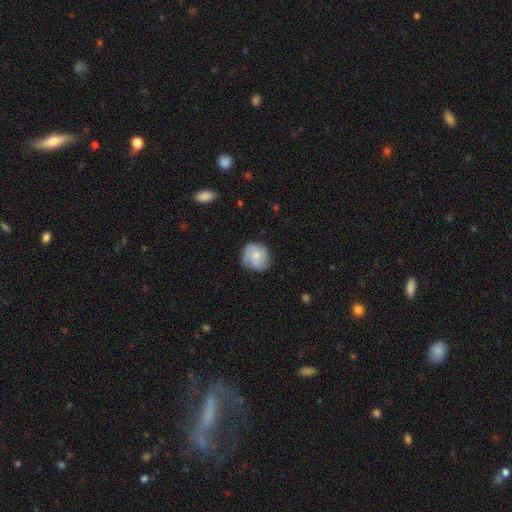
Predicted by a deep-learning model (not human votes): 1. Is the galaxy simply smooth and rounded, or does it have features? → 69% smooth, 24% featured or disk, 7% star or artifact.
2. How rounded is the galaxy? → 84% round, 15% in between, 1% cigar-shaped.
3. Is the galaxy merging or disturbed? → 70% none, 24% minor disturbance, 5% major disturbance, 1% merger.